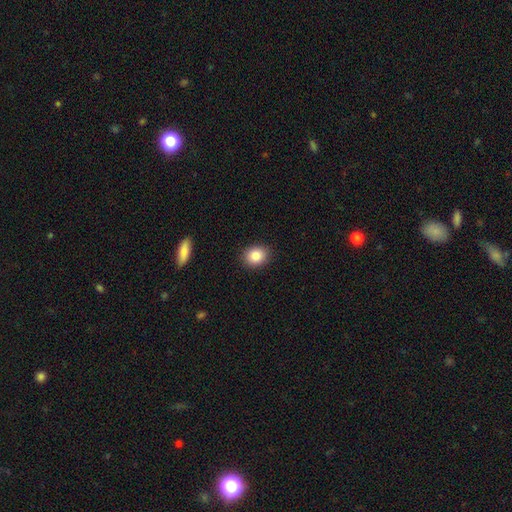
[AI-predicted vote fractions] This is clearly a smooth galaxy (85%). How rounded: possibly round (54%). Merging: clearly none (89%).